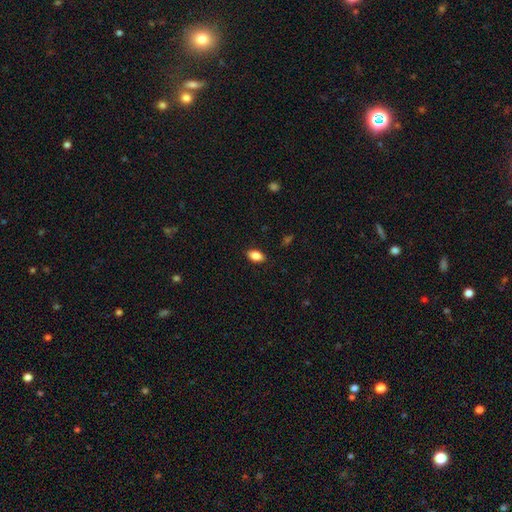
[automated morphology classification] This appears to be a smooth galaxy with no disk features (85%) that is in between round and cigar-shaped (90%). Merging: none (88%).